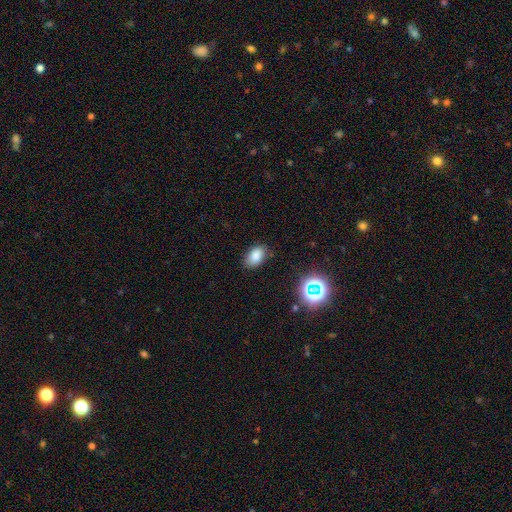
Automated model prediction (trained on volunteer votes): Overall: smooth (81%). How rounded: in between (86%). Merging: none (82%).